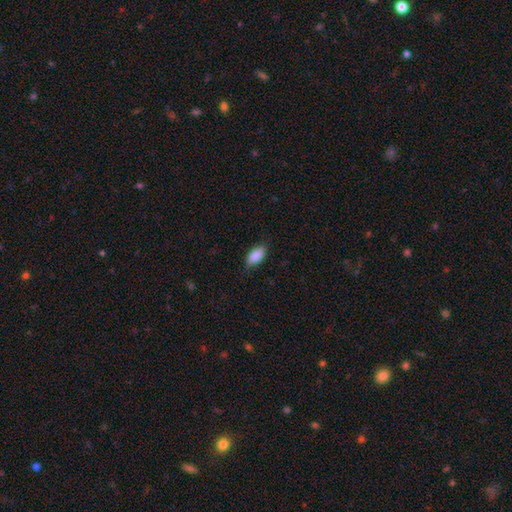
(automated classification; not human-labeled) This is clearly a smooth galaxy (88%). How rounded: clearly in between (91%). Merging: likely none (77%).